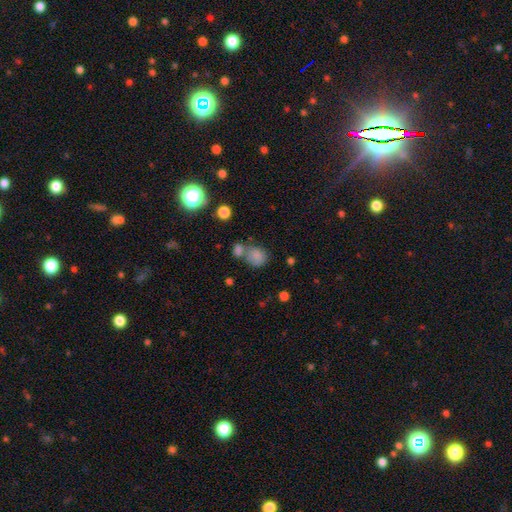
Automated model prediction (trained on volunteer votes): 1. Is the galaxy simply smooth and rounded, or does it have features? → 78% smooth, 12% star or artifact, 10% featured or disk.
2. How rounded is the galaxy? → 55% round, 44% in between, 1% cigar-shaped.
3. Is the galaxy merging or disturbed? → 39% none, 38% merger, 15% minor disturbance, 8% major disturbance.